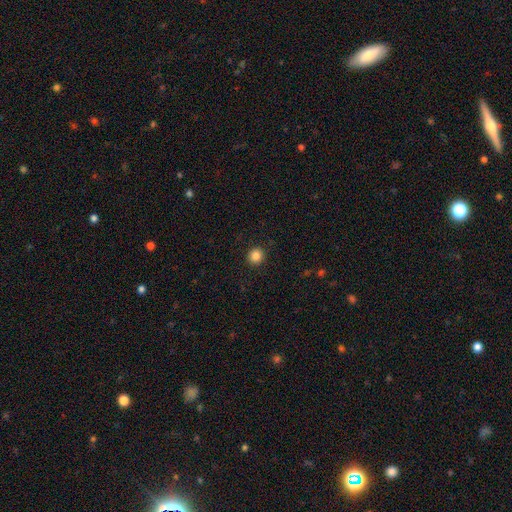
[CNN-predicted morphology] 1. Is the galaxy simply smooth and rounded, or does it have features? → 86% smooth, 11% star or artifact, 3% featured or disk.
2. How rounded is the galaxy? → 93% round, 6% in between, 1% cigar-shaped.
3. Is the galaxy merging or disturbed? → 92% none, 5% minor disturbance, 2% major disturbance, 1% merger.